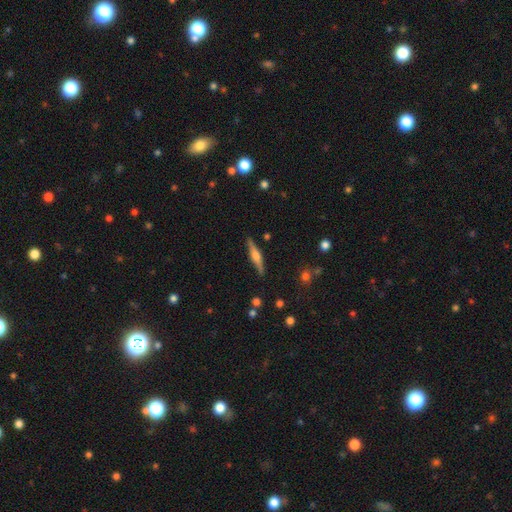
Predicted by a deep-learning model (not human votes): featured or disk 61%, smooth 32%, star or artifact 6%. Down the decision tree: edge-on disk — yes (97%); edge-on bulge — rounded (79%); merging — none (88%).